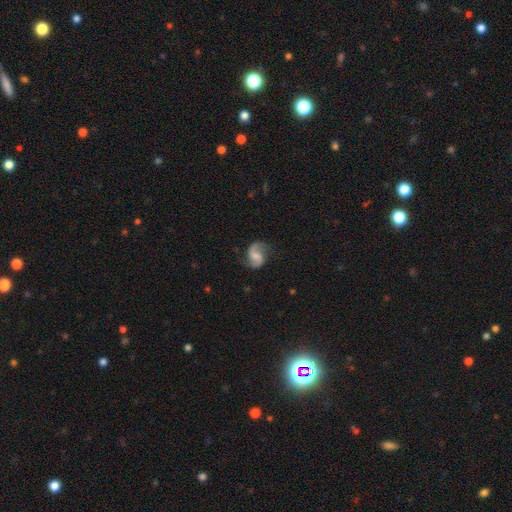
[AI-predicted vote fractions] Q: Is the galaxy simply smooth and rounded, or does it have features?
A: featured or disk — 85%.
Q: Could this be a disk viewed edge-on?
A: no — 98%.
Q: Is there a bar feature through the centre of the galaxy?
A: weak — 50%.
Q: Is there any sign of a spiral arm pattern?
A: yes — 97%.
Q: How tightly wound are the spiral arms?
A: loose — 51%.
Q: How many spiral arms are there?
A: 2 — 93%.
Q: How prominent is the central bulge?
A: none — 35%.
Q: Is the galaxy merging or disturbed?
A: none — 79%.